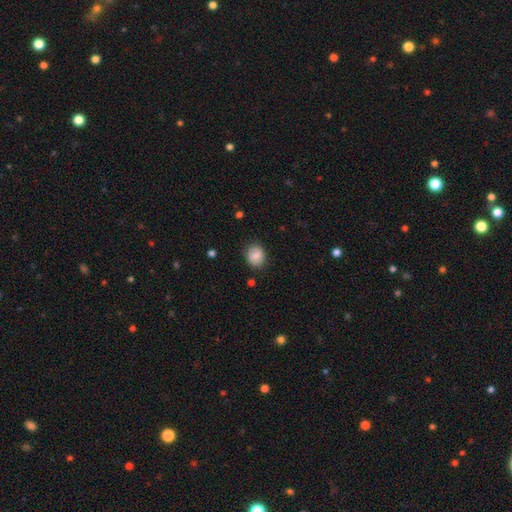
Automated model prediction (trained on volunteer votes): This appears to be a smooth galaxy with no disk features (84%) that is round (62%). Merging: none (83%).